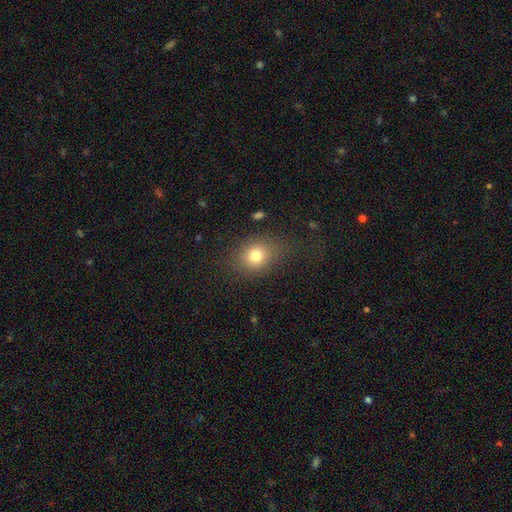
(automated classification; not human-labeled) smooth-or-featured: smooth: 77% | star or artifact: 12% | featured or disk: 11%
  how-rounded: round: 52% | in between: 47% | cigar-shaped: 1%
  merging: none: 75% | minor disturbance: 15% | major disturbance: 8% | merger: 2%